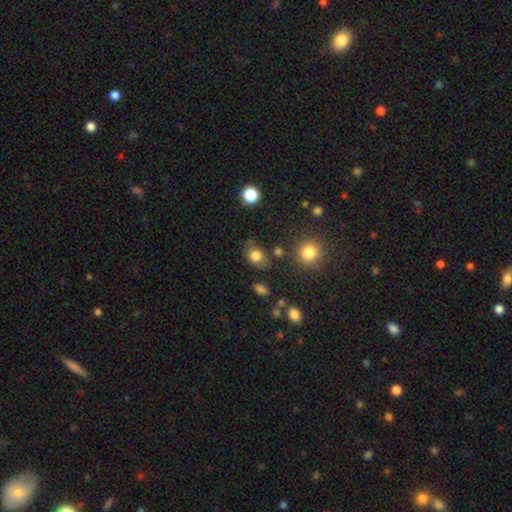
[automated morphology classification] Smooth or featured? Predicted: smooth (p=0.78). How rounded? Predicted: in between (p=0.60). Merging? Predicted: none (p=0.60).